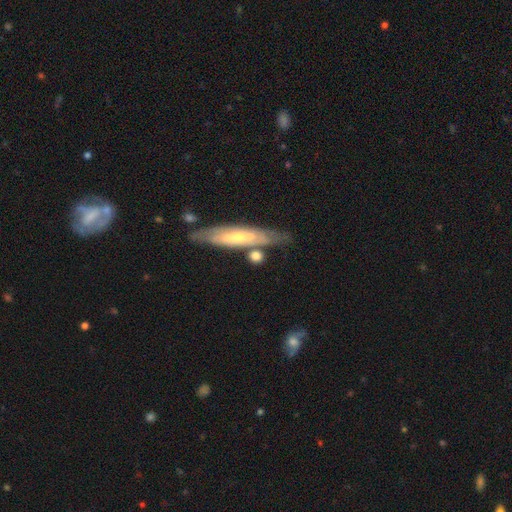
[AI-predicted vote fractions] Morphology: type=smooth (52%); roundness=cigar-shaped (56%); merging=none (65%).